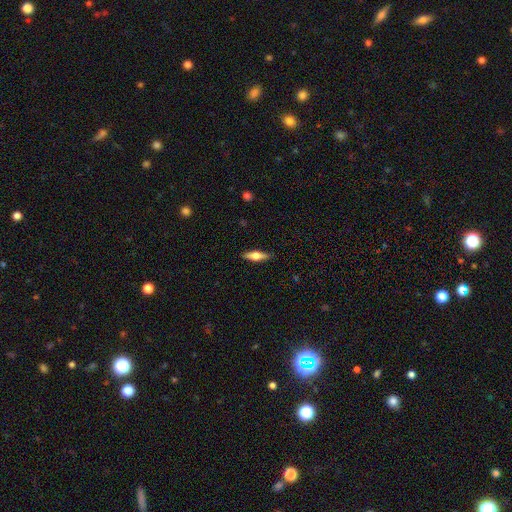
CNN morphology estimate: This appears to be a smooth galaxy with no disk features (47%, tied with featured or disk). Merging: none (89%).